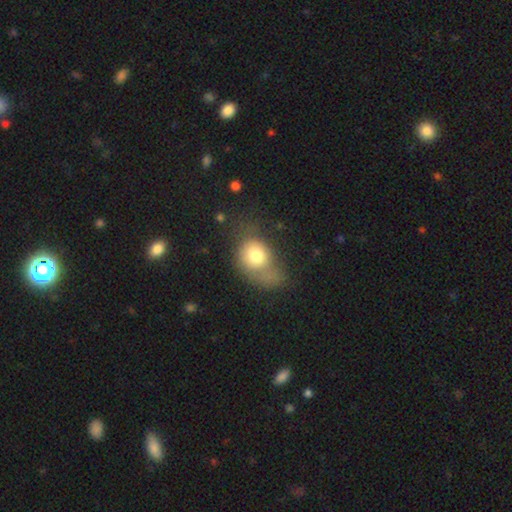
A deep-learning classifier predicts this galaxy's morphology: Q: Smooth or featured?
A: smooth (74%); runner-up: featured or disk (16%)
Q: How rounded?
A: in between (54%); runner-up: round (44%)
Q: Merging?
A: major disturbance (39%); runner-up: minor disturbance (27%)